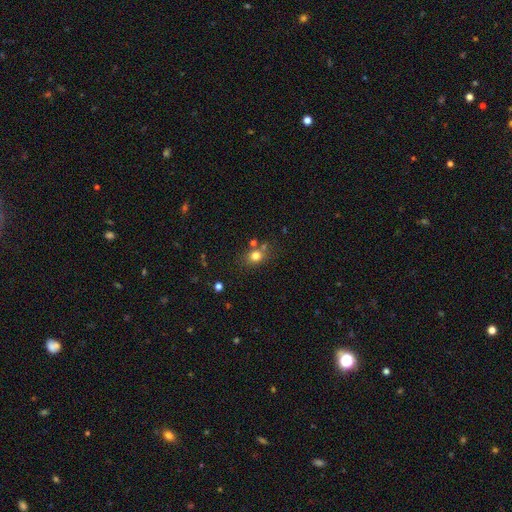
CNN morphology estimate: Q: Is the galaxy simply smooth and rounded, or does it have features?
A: smooth — 78%.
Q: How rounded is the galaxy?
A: round — 60%.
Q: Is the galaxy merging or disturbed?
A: none — 67%.